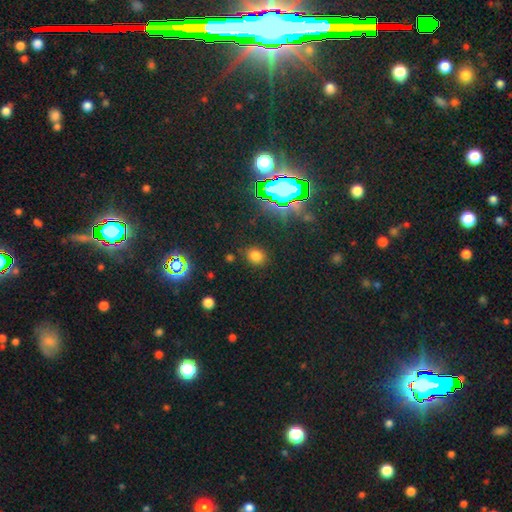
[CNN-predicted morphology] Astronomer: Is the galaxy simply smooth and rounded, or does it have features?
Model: smooth — 71%.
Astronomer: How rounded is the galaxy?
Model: round — 56% (runner-up: in between, 43%).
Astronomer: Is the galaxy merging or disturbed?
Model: none — 83%.